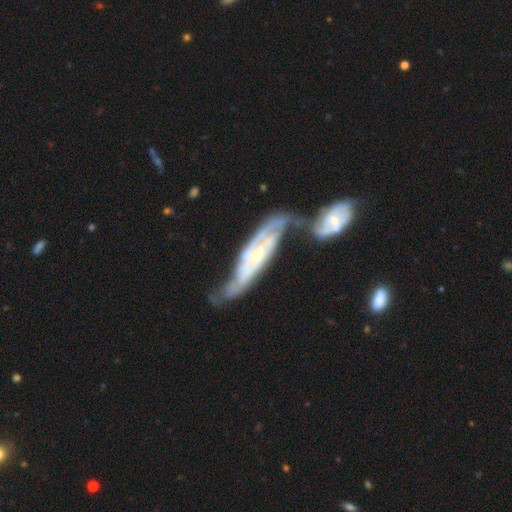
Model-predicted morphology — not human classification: smooth-or-featured: featured or disk: 86% | smooth: 9% | star or artifact: 5%
  disk-edge-on: no: 86% | yes: 14%
    bar: no: 57% | weak: 29% | strong: 13%
    has-spiral-arms: yes: 95% | no: 5%
      spiral-winding: tight: 51% | medium: 36% | loose: 12%
      spiral-arm-count: 2: 60% | can't tell: 23% | 3: 8% | 1: 3% | 4: 3% | more than 4: 2%
    bulge-size: small: 68% | moderate: 27% | none: 2% | large: 2% | dominant: 1%
  merging: merger: 40% | none: 32% | minor disturbance: 17% | major disturbance: 11%